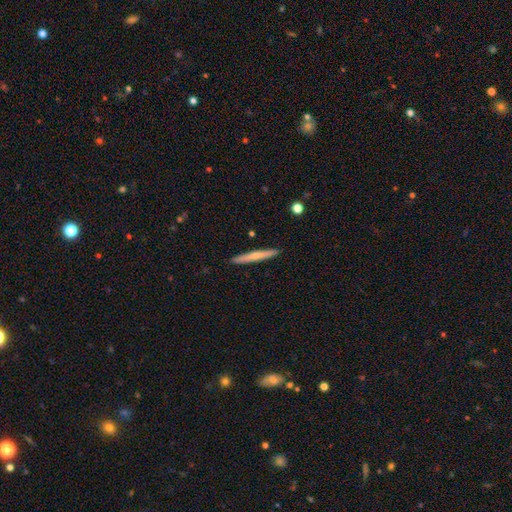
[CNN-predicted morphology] Overall: smooth (56%; featured or disk 38%). How rounded: cigar-shaped (96%). Merging: none (91%).